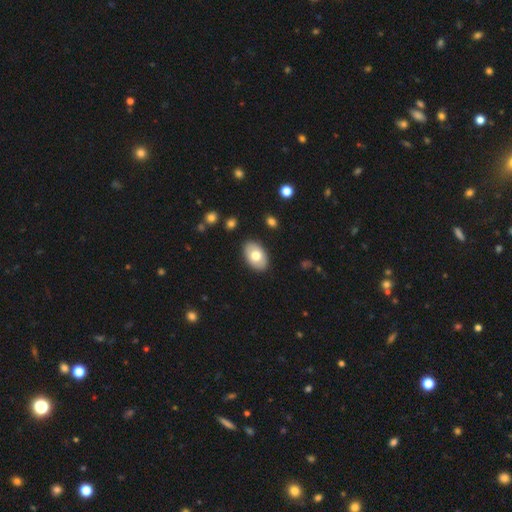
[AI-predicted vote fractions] smooth-or-featured: smooth: 71% | featured or disk: 23% | star or artifact: 6%
  how-rounded: in between: 91% | round: 8% | cigar-shaped: 1%
  merging: none: 88% | minor disturbance: 9% | major disturbance: 2% | merger: 1%